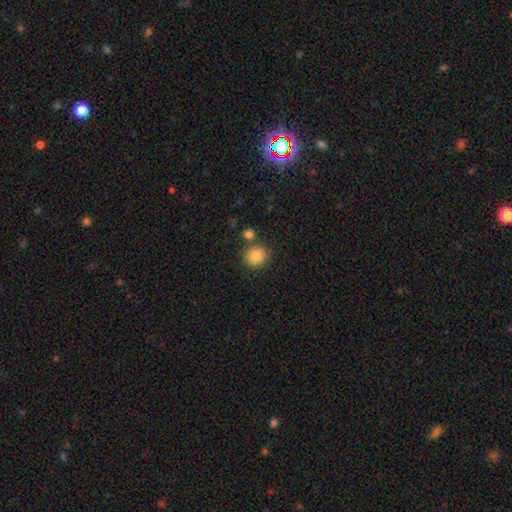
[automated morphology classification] A smooth galaxy with no disk features (84%) that is round (88%). Merging: none (76%).